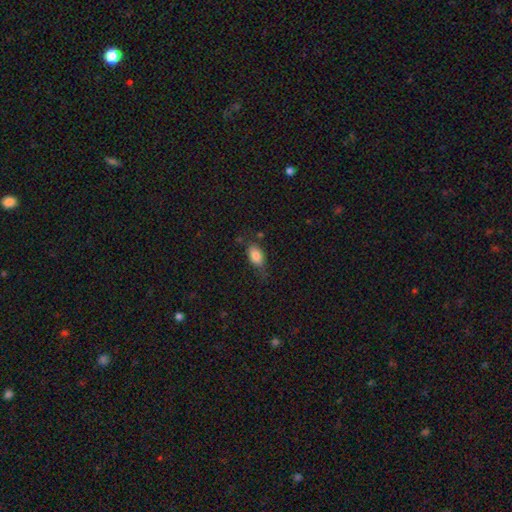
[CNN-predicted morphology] The model was most divided on "merging": none: 63%, minor disturbance: 26%, major disturbance: 8%, merger: 3%. More confident: how rounded — in between (89%); smooth or featured — smooth (84%).